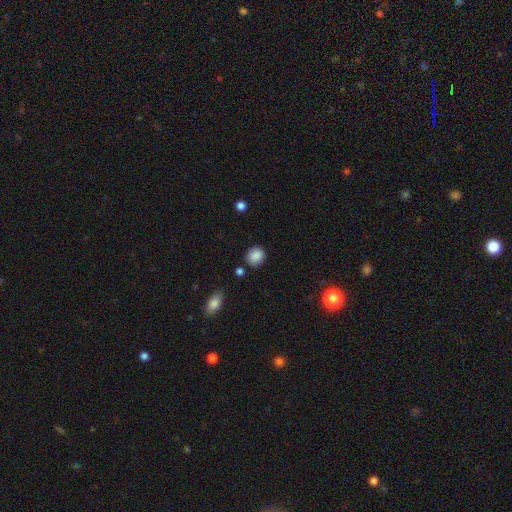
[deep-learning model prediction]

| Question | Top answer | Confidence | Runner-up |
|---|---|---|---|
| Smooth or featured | smooth | 88% | star or artifact (8%) |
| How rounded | round | 72% | in between (27%) |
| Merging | none | 81% | minor disturbance (13%) |